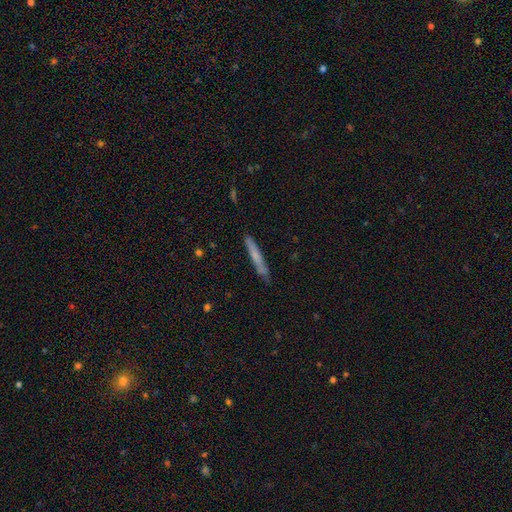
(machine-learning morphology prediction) The model was most divided on "smooth or featured": smooth: 60%, featured or disk: 34%, star or artifact: 7%. More confident: how rounded — cigar-shaped (96%); merging — none (83%).